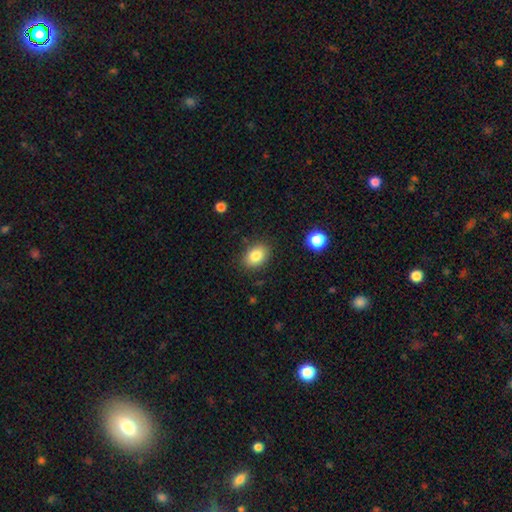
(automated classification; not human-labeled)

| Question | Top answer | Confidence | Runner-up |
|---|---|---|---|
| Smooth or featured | smooth | 84% | star or artifact (9%) |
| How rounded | in between | 75% | round (24%) |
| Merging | none | 85% | minor disturbance (11%) |